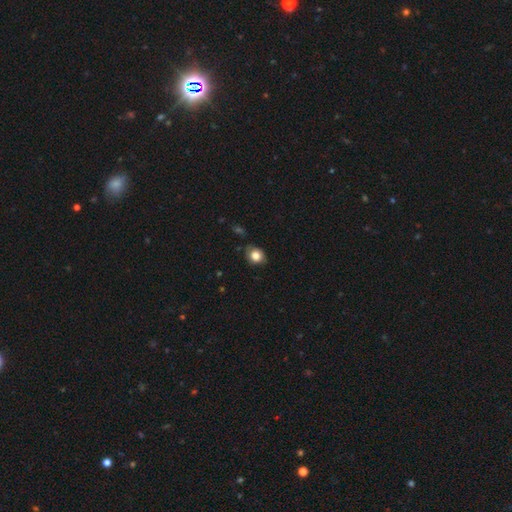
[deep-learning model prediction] Smooth or featured? Predicted: smooth (p=0.82). How rounded? Predicted: round (p=0.65). Merging? Predicted: none (p=0.76).